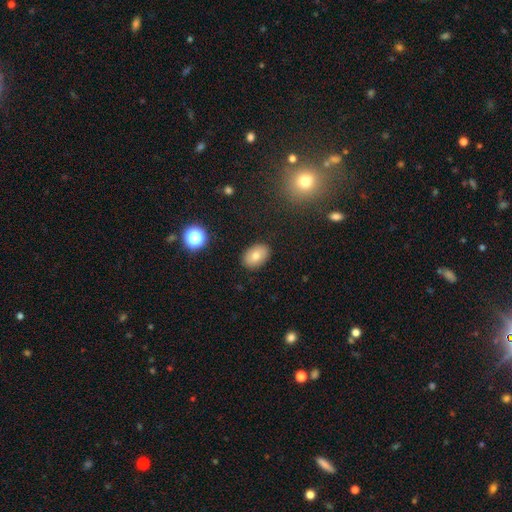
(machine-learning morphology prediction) Smooth or featured? Predicted: smooth (p=0.75). How rounded? Predicted: in between (p=0.82). Merging? Predicted: none (p=0.87).